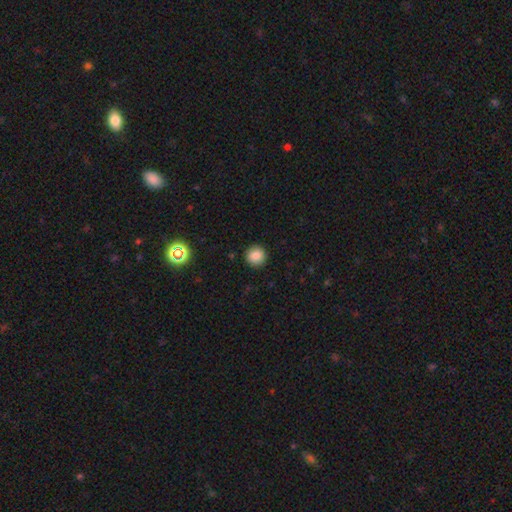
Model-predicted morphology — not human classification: Q: Smooth or featured?
A: smooth (86%); runner-up: star or artifact (10%)
Q: How rounded?
A: round (93%); runner-up: in between (6%)
Q: Merging?
A: none (92%); runner-up: minor disturbance (6%)